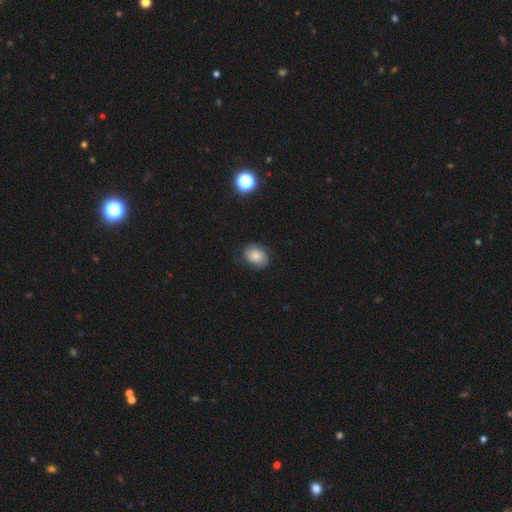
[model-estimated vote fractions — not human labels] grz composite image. It shows a smooth galaxy with no disk features (50%). Merging: none (75%).